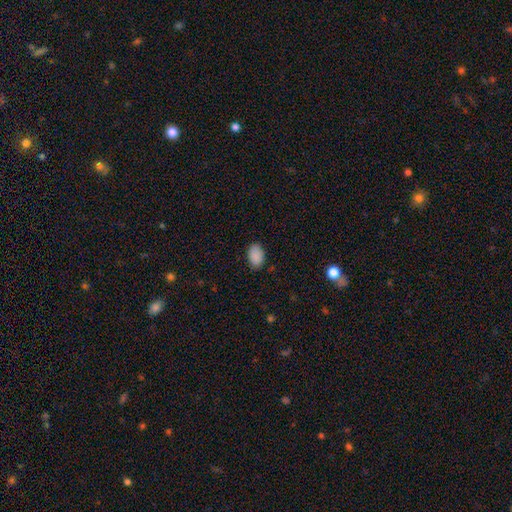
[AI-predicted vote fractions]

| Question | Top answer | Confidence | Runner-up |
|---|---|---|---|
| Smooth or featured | smooth | 89% | star or artifact (8%) |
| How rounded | in between | 87% | round (12%) |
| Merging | none | 84% | minor disturbance (13%) |